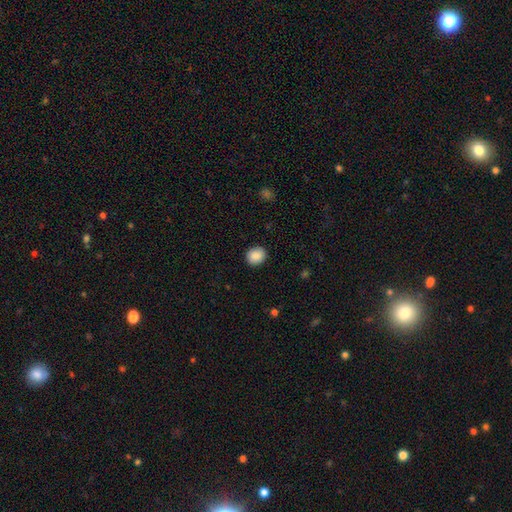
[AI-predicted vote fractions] Smooth or featured? Predicted: smooth (p=0.89). How rounded? Predicted: round (p=0.67). Merging? Predicted: none (p=0.90).